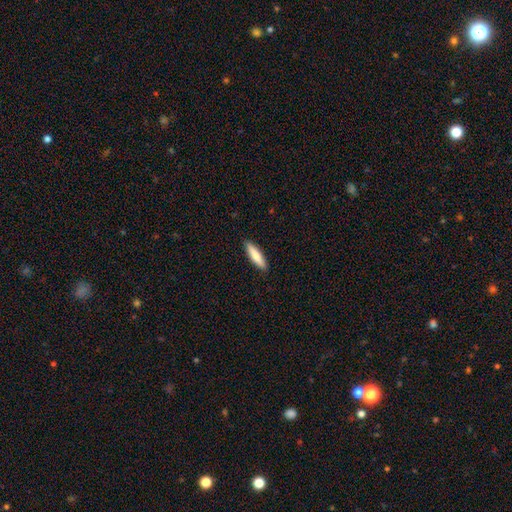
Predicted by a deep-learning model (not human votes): The model was most divided on "how rounded": cigar-shaped: 77%, in between: 22%, round: 1%. More confident: merging — none (91%); smooth or featured — smooth (79%).